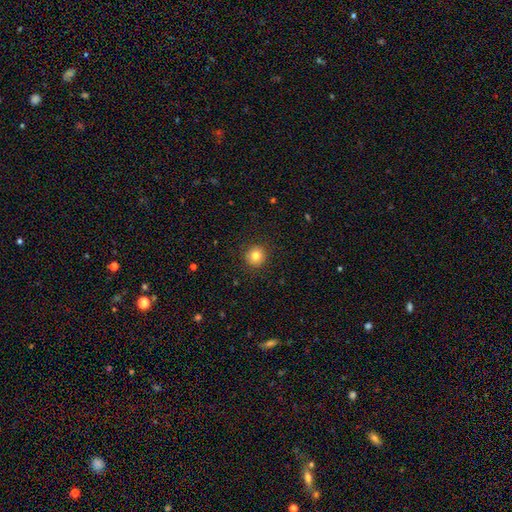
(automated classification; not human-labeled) Overall: smooth (81%). How rounded: round (93%). Merging: none (91%).